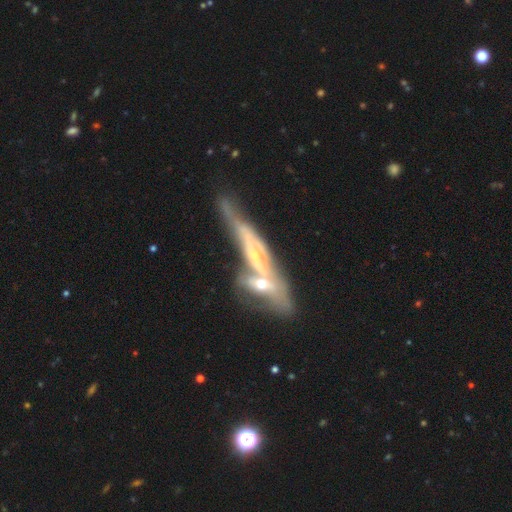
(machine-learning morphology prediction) type=featured or disk (71%); edge-on=yes (66%); merging=merger (54%).